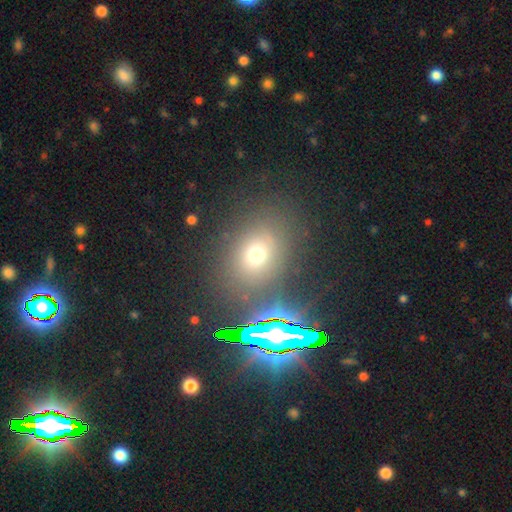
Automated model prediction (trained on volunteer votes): Smooth or featured?
  - smooth: 61% *
  - star or artifact: 28%
  - featured or disk: 11%
How rounded?
  - round: 51% *
  - in between: 48%
  - cigar-shaped: 2%
Merging?
  - none: 81% *
  - minor disturbance: 10%
  - major disturbance: 5%
  - merger: 4%